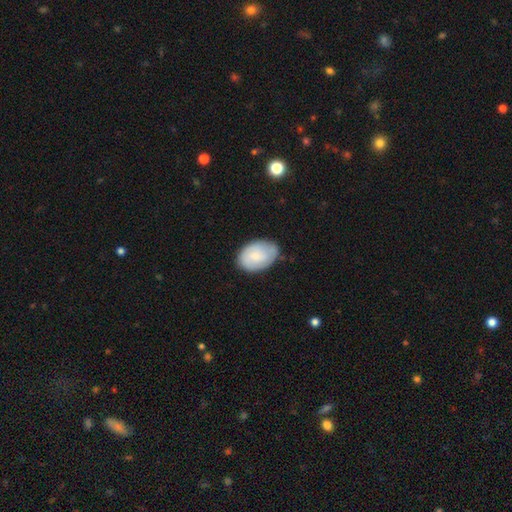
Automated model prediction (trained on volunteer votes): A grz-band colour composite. It shows a smooth galaxy with no disk features (71%) that is in between round and cigar-shaped (84%). Merging: none (74%).